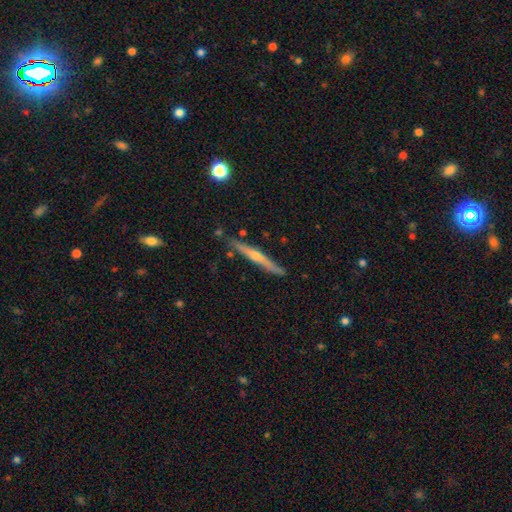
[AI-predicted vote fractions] smooth_or_featured: featured or disk (p=0.71) [alt: smooth p=0.22]
disk_edge_on: yes (p=0.97) [alt: no p=0.03]
edge_on_bulge: rounded (p=0.80) [alt: none p=0.16]
merging: none (p=0.85) [alt: minor disturbance p=0.11]